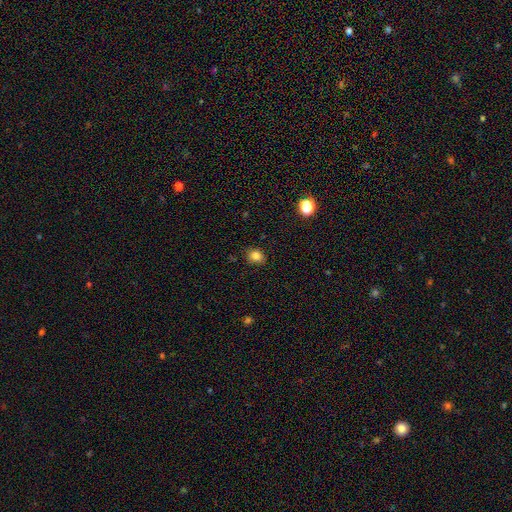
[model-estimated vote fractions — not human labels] Smooth or featured: smooth — 83% (star or artifact — 12%)
How rounded: round — 63% (in between — 36%)
Merging: none — 85% (minor disturbance — 11%)